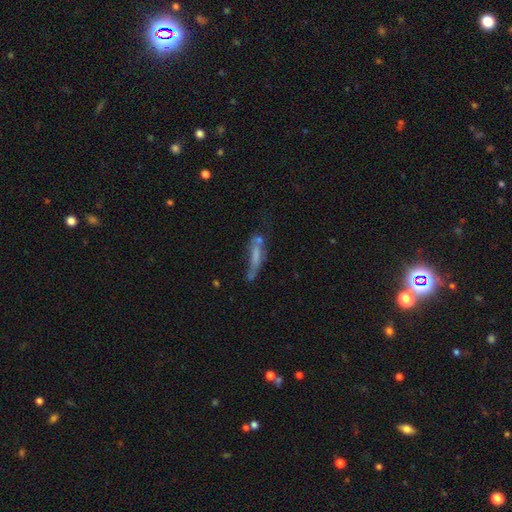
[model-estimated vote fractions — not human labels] A smooth galaxy with no disk features (50%) that is cigar-shaped (76%). Merging: none (31%).